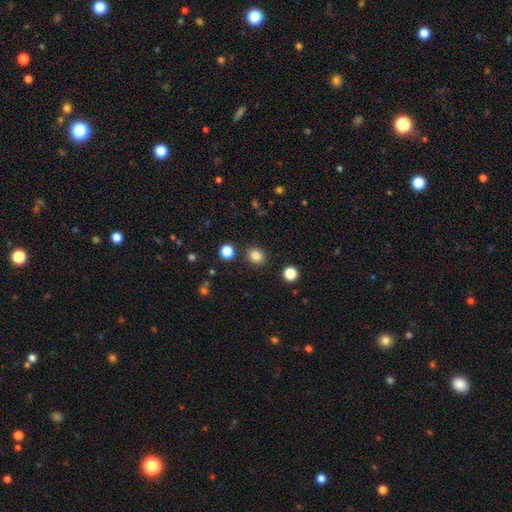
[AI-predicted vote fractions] Morphology: type=smooth (83%); roundness=round (67%); merging=none (87%).